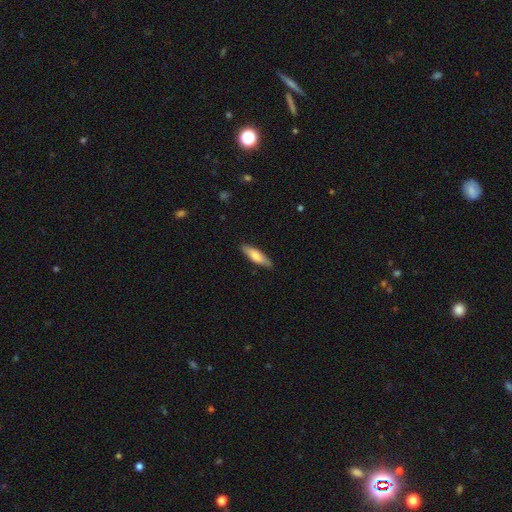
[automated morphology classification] This appears to be a smooth galaxy with no disk features (71%) that is cigar-shaped (56%). Merging: none (85%).